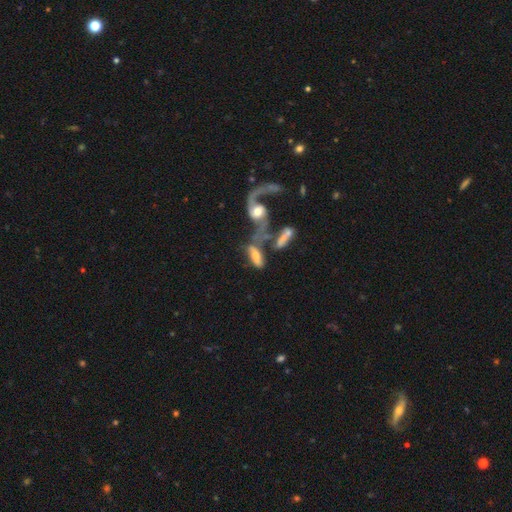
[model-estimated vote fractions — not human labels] Smooth or featured?
  - featured or disk: 49% *
  - smooth: 42%
  - star or artifact: 9%
Merging?
  - merger: 46% *
  - none: 24%
  - major disturbance: 17%
  - minor disturbance: 13%